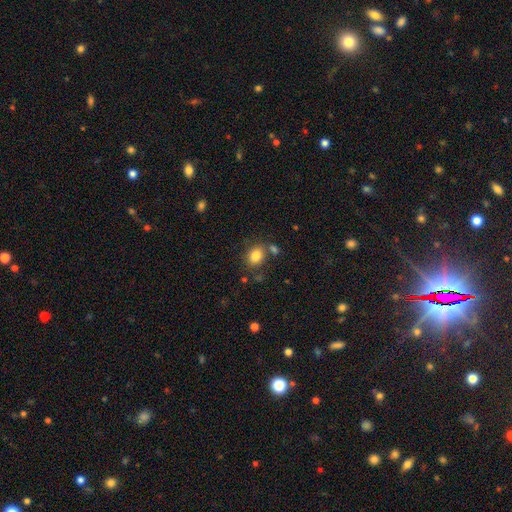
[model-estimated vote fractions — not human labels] Smooth or featured? smooth (83%)
How rounded? in between (54%)
Merging? none (70%)